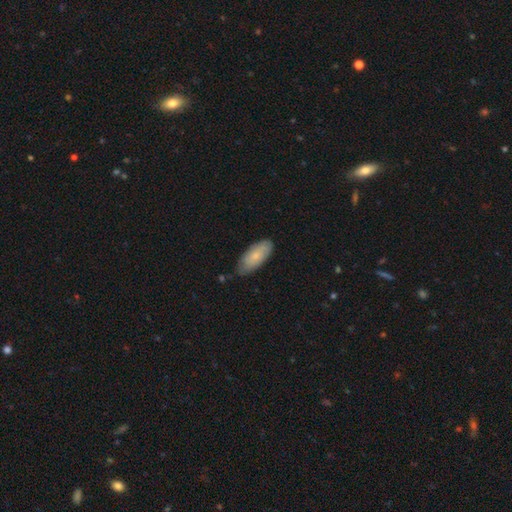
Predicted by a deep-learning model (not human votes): Overall: smooth (71%). How rounded: in between (87%). Merging: none (69%).